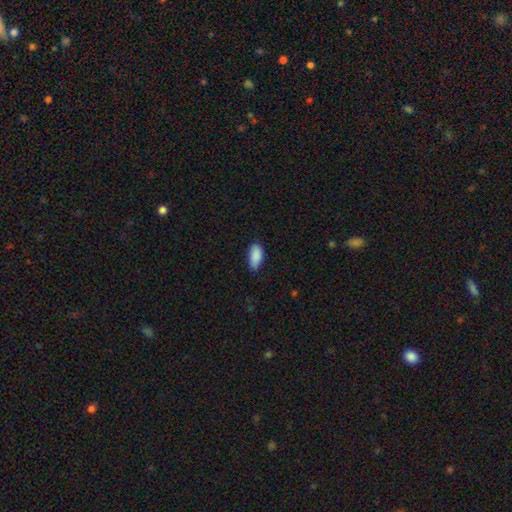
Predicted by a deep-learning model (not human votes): This appears to be a smooth galaxy with no disk features (89%) that is in between round and cigar-shaped (90%). Merging: none (69%).